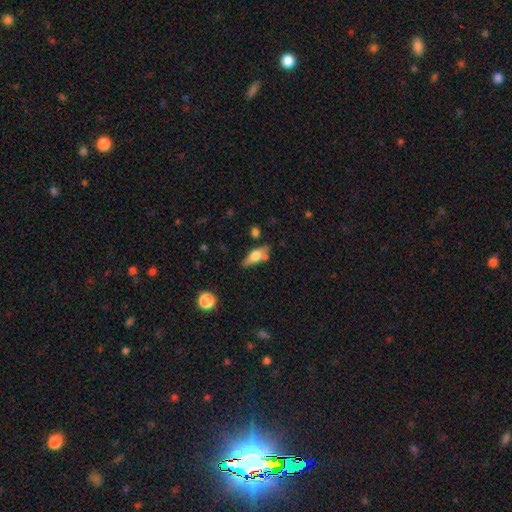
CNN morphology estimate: smooth 48%, featured or disk 44%, star or artifact 7%. Down the decision tree: merging — none (66%).